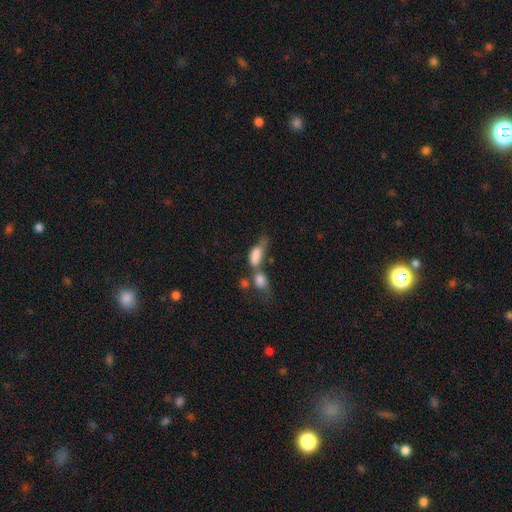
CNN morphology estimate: Smooth or featured: smooth — 75% (featured or disk — 16%)
How rounded: in between — 82% (cigar-shaped — 11%)
Merging: merger — 63% (major disturbance — 14%)